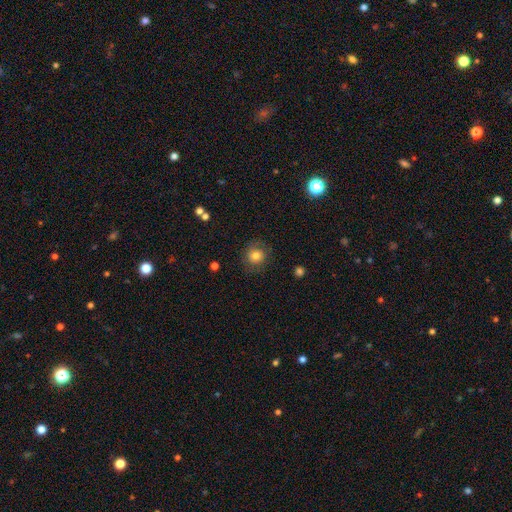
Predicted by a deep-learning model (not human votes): The model was most divided on "smooth or featured": smooth: 73%, featured or disk: 17%, star or artifact: 11%. More confident: how rounded — round (85%); merging — none (80%).